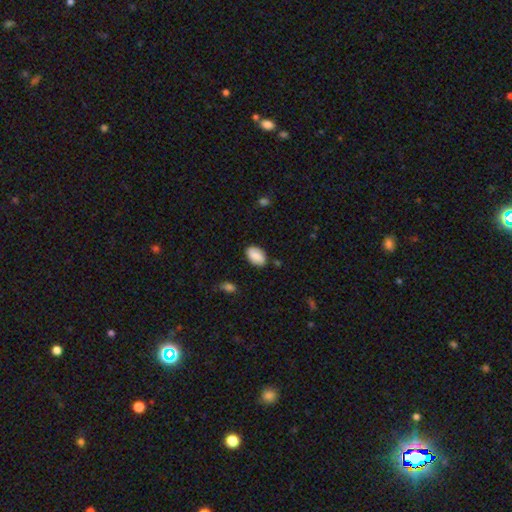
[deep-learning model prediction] smooth-or-featured: smooth: 83% | featured or disk: 10% | star or artifact: 7%
  how-rounded: in between: 93% | round: 6% | cigar-shaped: 2%
  merging: none: 83% | minor disturbance: 13% | major disturbance: 3% | merger: 2%